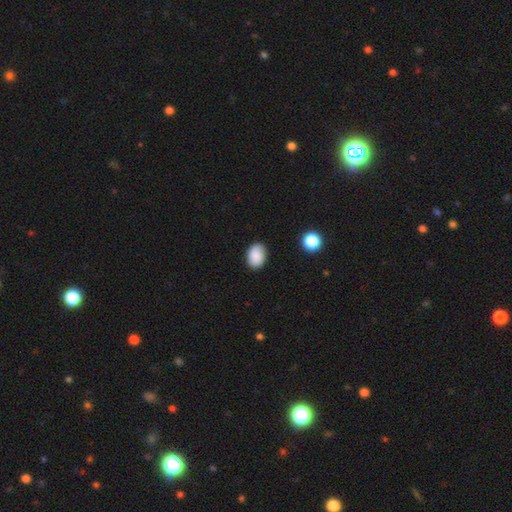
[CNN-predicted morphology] A smooth galaxy with no disk features (87%) that is in between round and cigar-shaped (78%).

Vote fractions:
- Smooth or featured? smooth: 87% / star or artifact: 8% / featured or disk: 5%
- How rounded? in between: 78% / round: 21% / cigar-shaped: 1%
- Merging? none: 87% / minor disturbance: 10% / major disturbance: 2% / merger: 1%